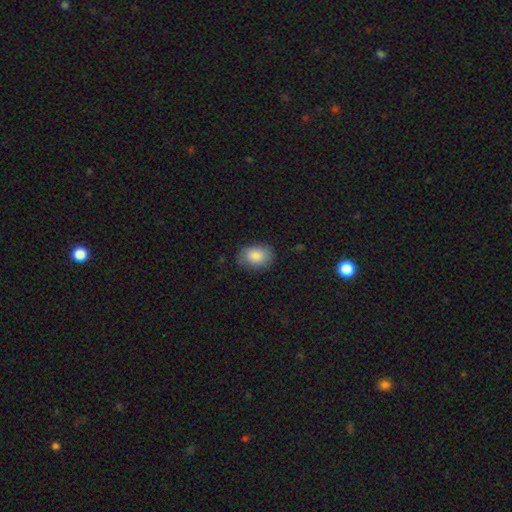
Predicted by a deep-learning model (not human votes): Smooth or featured? smooth (86%)
How rounded? in between (82%)
Merging? none (81%)